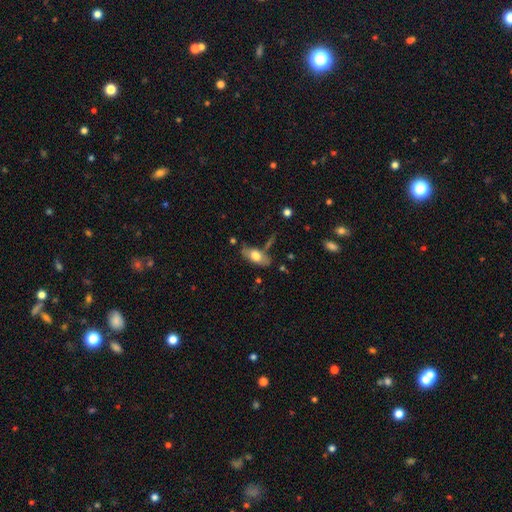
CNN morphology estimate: type=smooth (67%); roundness=in between (85%); merging=none (66%).